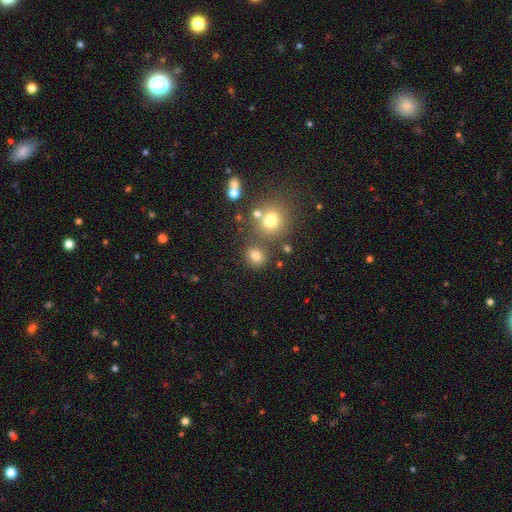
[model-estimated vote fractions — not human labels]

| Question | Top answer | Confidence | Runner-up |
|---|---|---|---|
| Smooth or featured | smooth | 75% | star or artifact (17%) |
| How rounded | round | 69% | in between (30%) |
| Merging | none | 73% | merger (12%) |